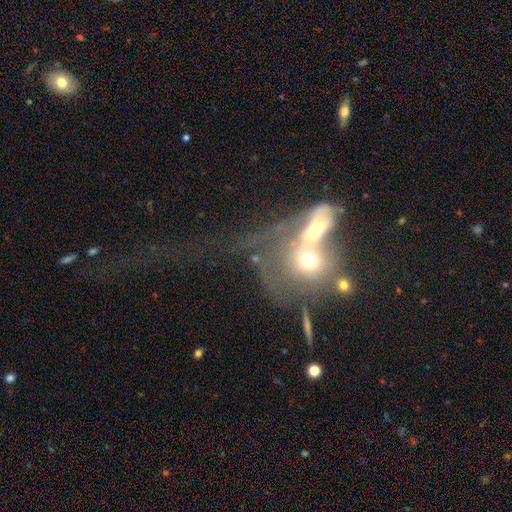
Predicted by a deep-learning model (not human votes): Smooth or featured: featured or disk — 54% (smooth — 33%)
Edge-on disk: no — 88% (yes — 12%)
Merging: merger — 78% (major disturbance — 12%)